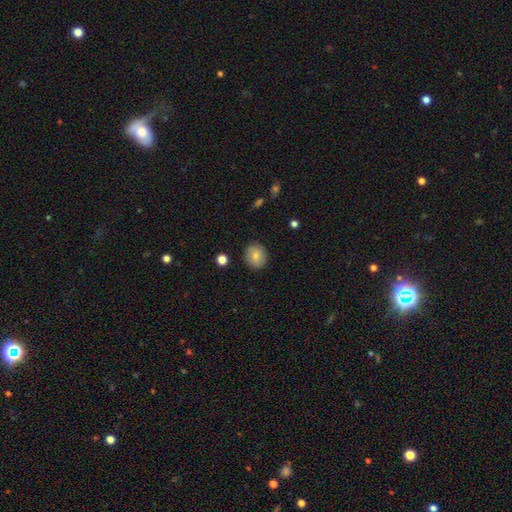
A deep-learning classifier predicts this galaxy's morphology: Smooth or featured?
  - smooth: 80% *
  - featured or disk: 12%
  - star or artifact: 8%
How rounded?
  - round: 81% *
  - in between: 18%
  - cigar-shaped: 1%
Merging?
  - none: 89% *
  - minor disturbance: 8%
  - major disturbance: 2%
  - merger: 1%